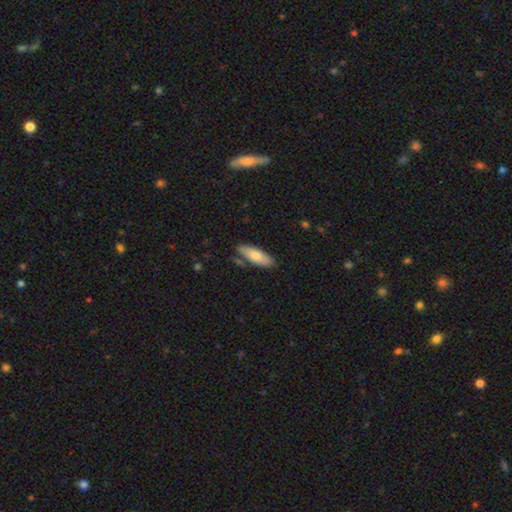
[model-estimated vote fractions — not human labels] Q: Smooth or featured?
A: smooth (75%); runner-up: featured or disk (19%)
Q: How rounded?
A: in between (63%); runner-up: cigar-shaped (35%)
Q: Merging?
A: none (79%); runner-up: minor disturbance (13%)